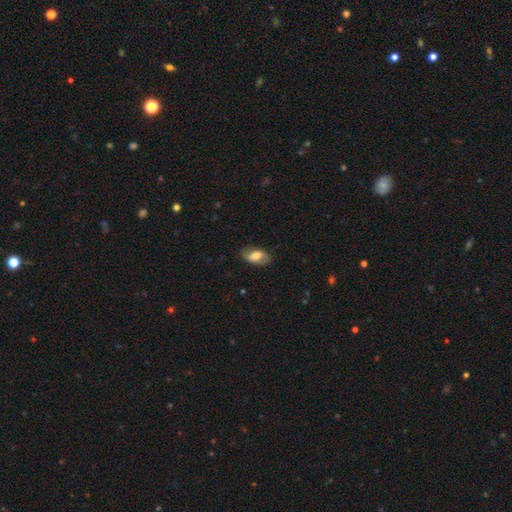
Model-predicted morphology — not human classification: smooth 58%, featured or disk 36%, star or artifact 7%. Down the decision tree: how rounded — in between (91%); merging — none (75%).